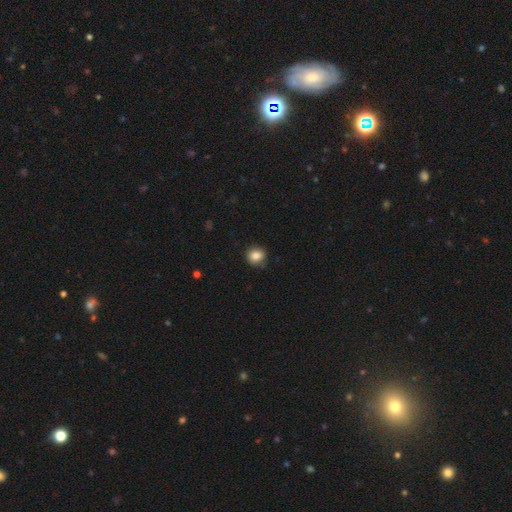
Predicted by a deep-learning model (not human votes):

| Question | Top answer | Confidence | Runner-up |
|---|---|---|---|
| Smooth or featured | smooth | 84% | star or artifact (10%) |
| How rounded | round | 82% | in between (17%) |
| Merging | none | 84% | minor disturbance (12%) |